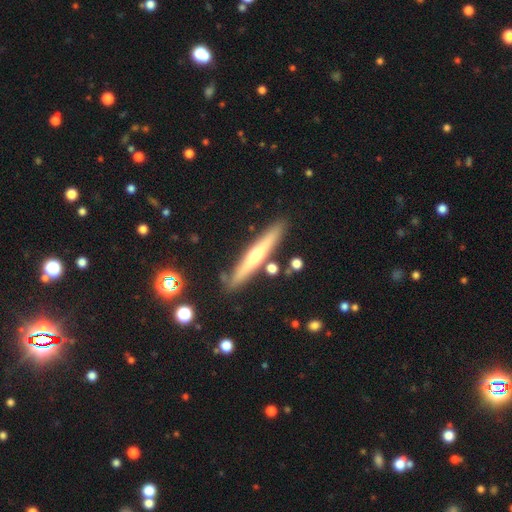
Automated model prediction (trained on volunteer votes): smooth-or-featured: featured or disk: 53% | smooth: 40% | star or artifact: 7%
  disk-edge-on: yes: 93% | no: 7%
  merging: none: 84% | minor disturbance: 10% | merger: 4% | major disturbance: 2%